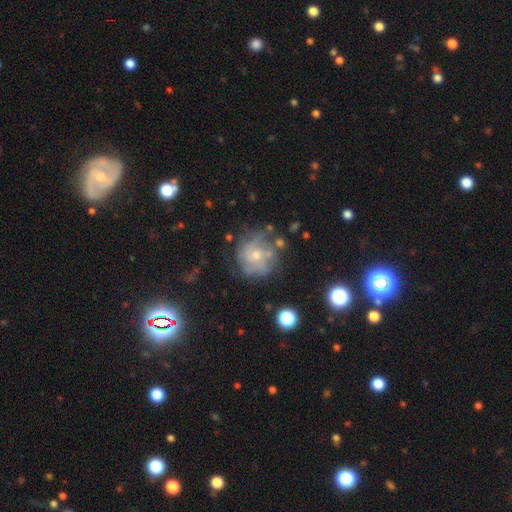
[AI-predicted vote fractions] A featured or disk galaxy (64%) with no bar (76%), spiral arms (70%) and a small central bulge (51%).

Vote fractions:
- Smooth or featured? featured or disk: 64% / smooth: 26% / star or artifact: 11%
- Edge-on disk? no: 97% / yes: 3%
- Bar? no: 76% / weak: 21% / strong: 3%
- Spiral arms? yes: 70% / no: 30%
- Bulge size? small: 51% / moderate: 42% / none: 3% / large: 2% / dominant: 1%
- Merging? none: 57% / minor disturbance: 22% / major disturbance: 16% / merger: 5%